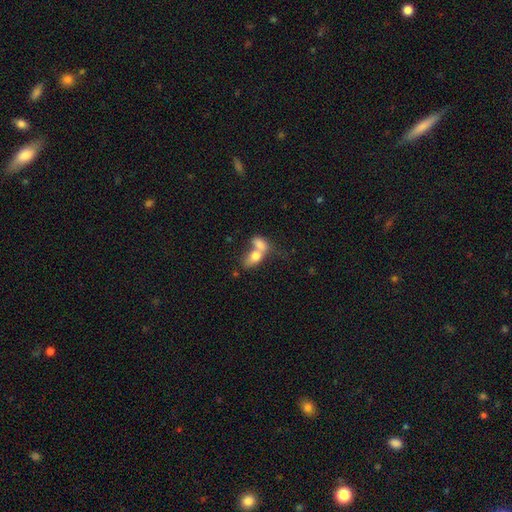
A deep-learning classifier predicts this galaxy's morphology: This is likely a smooth galaxy (73%). How rounded: clearly in between (81%). Merging: likely merger (73%).